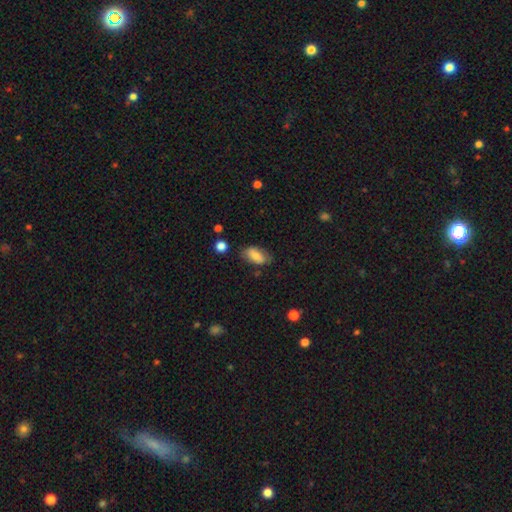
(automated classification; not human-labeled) This appears to be a smooth galaxy with no disk features (75%) that is in between round and cigar-shaped (89%). Merging: none (72%).